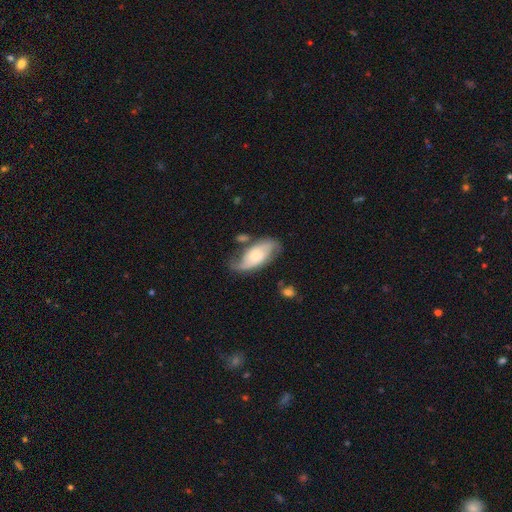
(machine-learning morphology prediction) A featured or disk galaxy (68%) with no bar (62%), 2 (80%) medium (42%) spiral arms (91%) and a small central bulge (45%).

Vote fractions:
- Smooth or featured? featured or disk: 68% / smooth: 26% / star or artifact: 6%
- Edge-on disk? no: 93% / yes: 7%
- Bar? no: 62% / weak: 30% / strong: 7%
- Spiral arms? yes: 91% / no: 9%
- Spiral winding? medium: 42% / loose: 37% / tight: 21%
- Spiral arm count? 2: 80% / can't tell: 10% / 1: 7% / 3: 2% / 4: 1% / more than 4: 1%
- Bulge size? small: 45% / moderate: 42% / large: 8% / none: 5% / dominant: 2%
- Merging? none: 58% / minor disturbance: 23% / major disturbance: 12% / merger: 7%